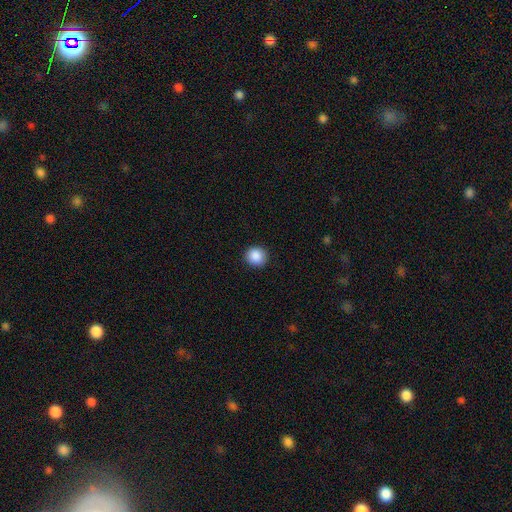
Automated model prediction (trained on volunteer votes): Overall: smooth (89%). How rounded: round (91%). Merging: none (91%).